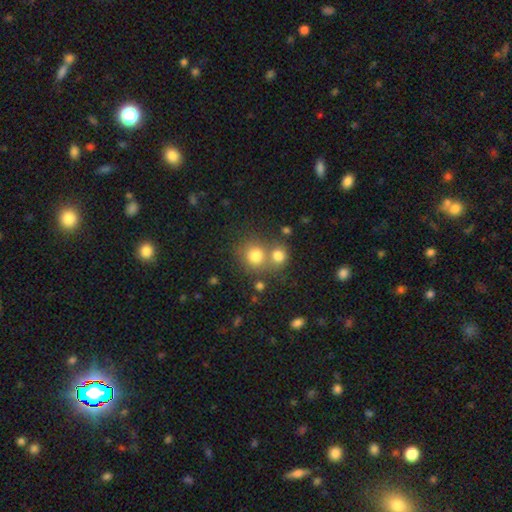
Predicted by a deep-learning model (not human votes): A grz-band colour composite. It shows a smooth galaxy with no disk features (78%) that is round (85%). Merging: none (49%).